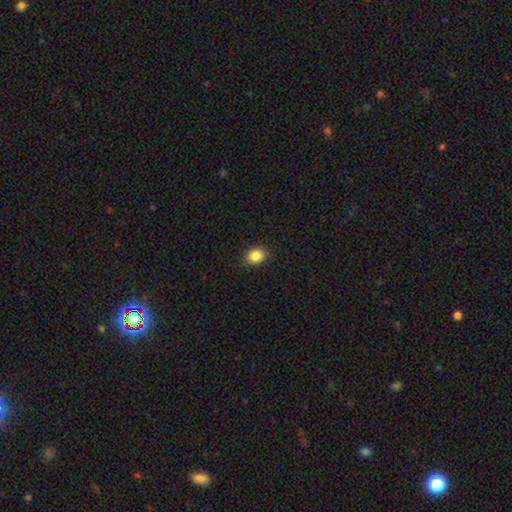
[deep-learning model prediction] Morphology: type=smooth (86%); roundness=round (58%); merging=none (90%).